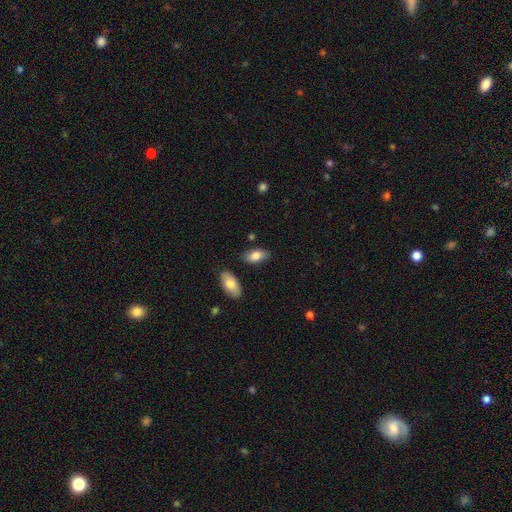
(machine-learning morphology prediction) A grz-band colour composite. It shows a smooth galaxy with no disk features (82%) that is in between round and cigar-shaped (92%). Merging: none (80%).